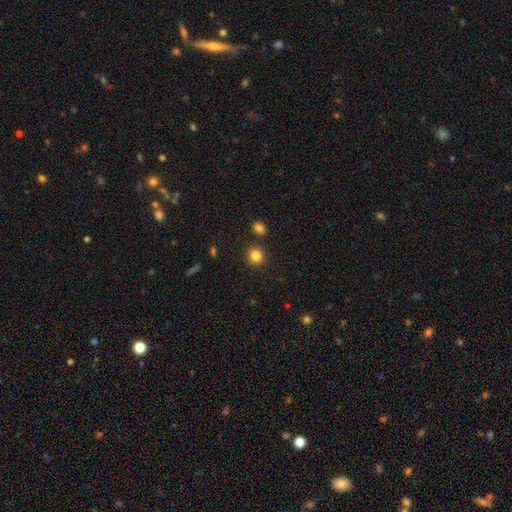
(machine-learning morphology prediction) smooth 84%, star or artifact 11%, featured or disk 5%. Down the decision tree: how rounded — round (86%); merging — none (86%).